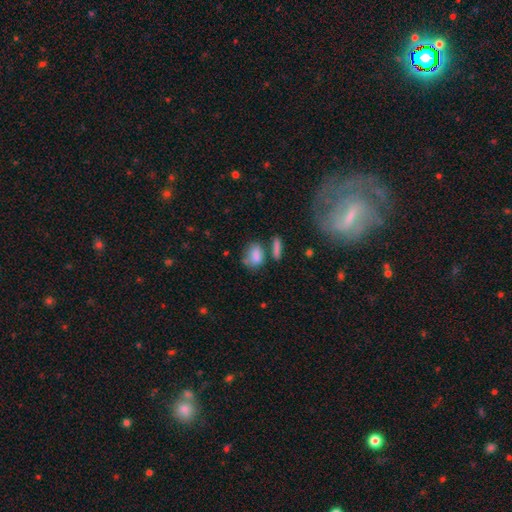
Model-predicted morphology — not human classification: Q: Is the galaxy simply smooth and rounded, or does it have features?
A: smooth — 81%.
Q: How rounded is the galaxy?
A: in between — 76%.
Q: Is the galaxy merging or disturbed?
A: none — 49%.